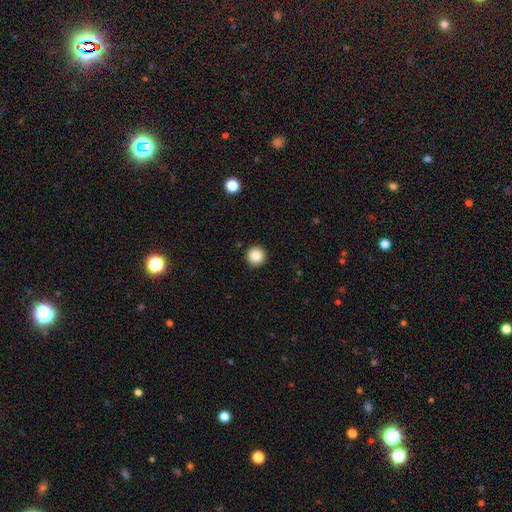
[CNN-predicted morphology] A smooth galaxy with no disk features (86%) that is round (96%).

Vote fractions:
- Smooth or featured? smooth: 86% / star or artifact: 9% / featured or disk: 4%
- How rounded? round: 96% / in between: 3% / cigar-shaped: 1%
- Merging? none: 93% / minor disturbance: 5% / major disturbance: 2% / merger: 1%